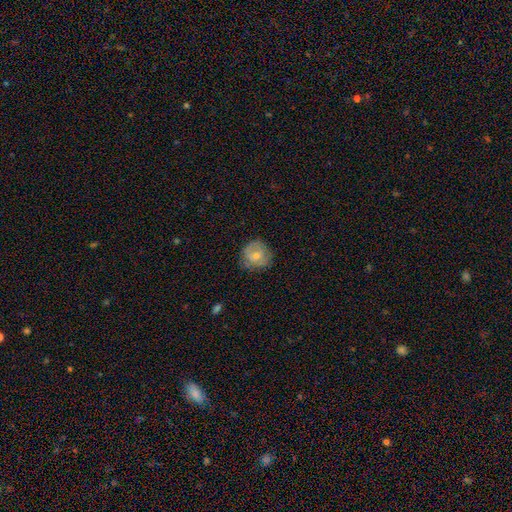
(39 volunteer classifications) Smooth or featured: smooth — 59% (featured or disk — 31%)
How rounded: round — 83% (in between — 13%)
Merging: none — 80% (minor disturbance — 17%)